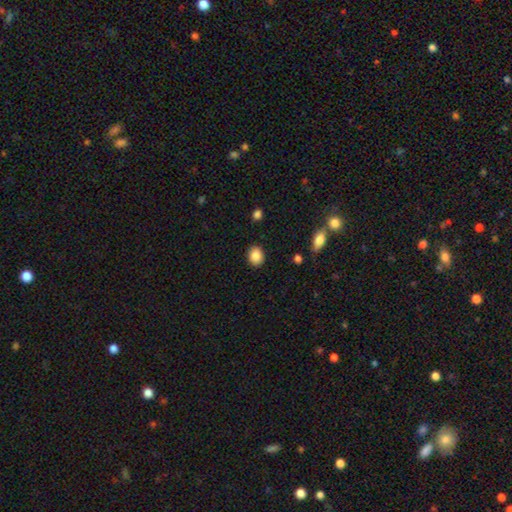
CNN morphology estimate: smooth-or-featured: smooth: 88% | star or artifact: 8% | featured or disk: 4%
  how-rounded: in between: 52% | round: 47% | cigar-shaped: 1%
  merging: none: 88% | minor disturbance: 8% | major disturbance: 2% | merger: 1%